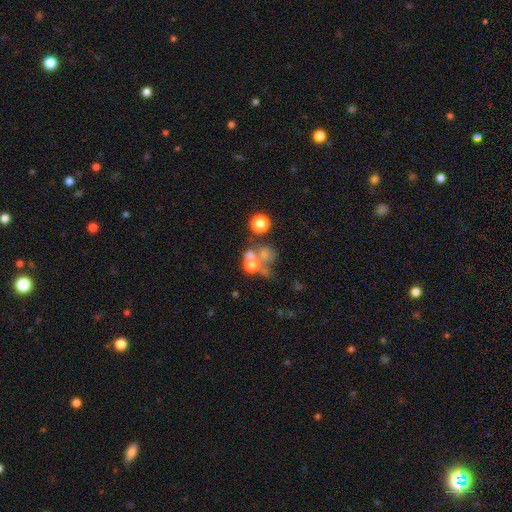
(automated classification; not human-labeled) Overall: smooth (49%; featured or disk 26%). Merging: merger (45%; none 33%).